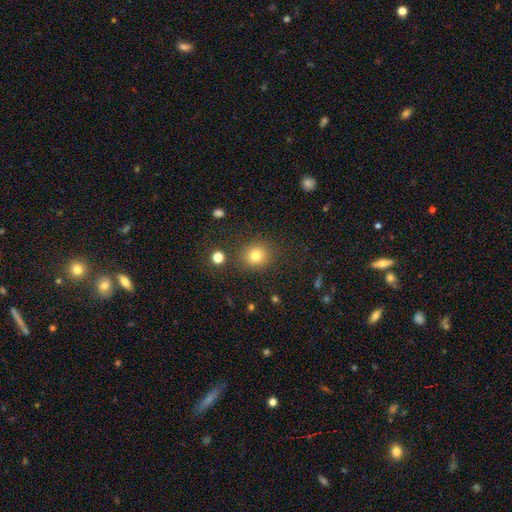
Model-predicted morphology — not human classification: Smooth or featured: smooth — 80% (star or artifact — 13%)
How rounded: round — 84% (in between — 15%)
Merging: none — 86% (minor disturbance — 8%)